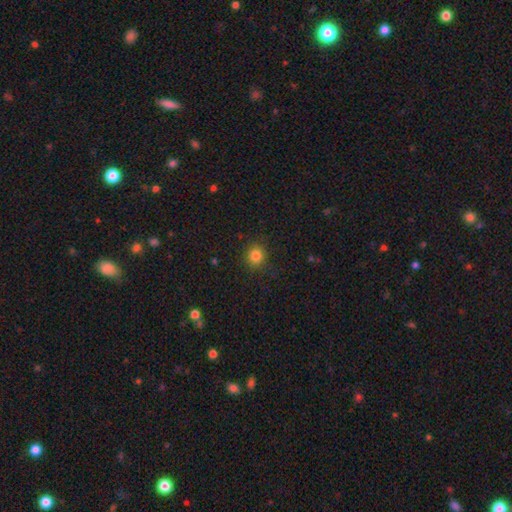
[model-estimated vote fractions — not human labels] smooth-or-featured: smooth: 83% | star or artifact: 12% | featured or disk: 5%
  how-rounded: round: 88% | in between: 11% | cigar-shaped: 1%
  merging: none: 88% | minor disturbance: 8% | major disturbance: 3% | merger: 1%